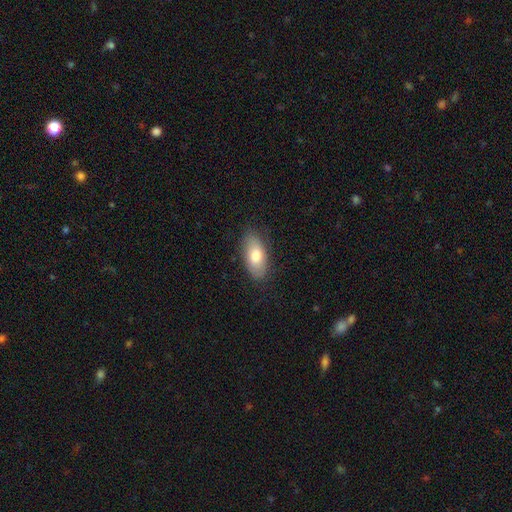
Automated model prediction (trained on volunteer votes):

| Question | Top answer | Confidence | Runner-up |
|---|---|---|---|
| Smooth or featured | smooth | 77% | featured or disk (17%) |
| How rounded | in between | 90% | cigar-shaped (7%) |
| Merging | none | 84% | minor disturbance (12%) |